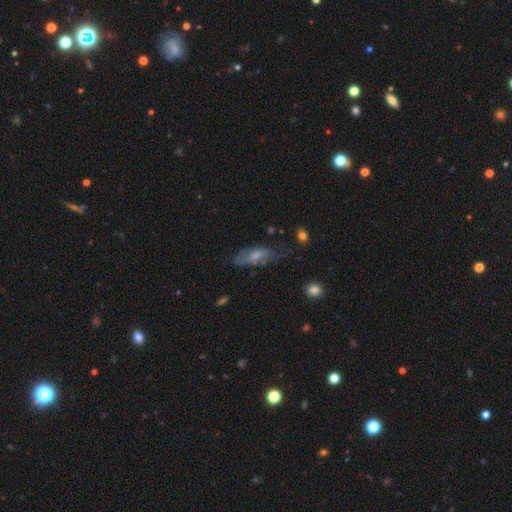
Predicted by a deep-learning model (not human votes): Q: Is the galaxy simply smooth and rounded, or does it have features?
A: smooth — 47%.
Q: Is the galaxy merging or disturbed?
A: none — 55%.